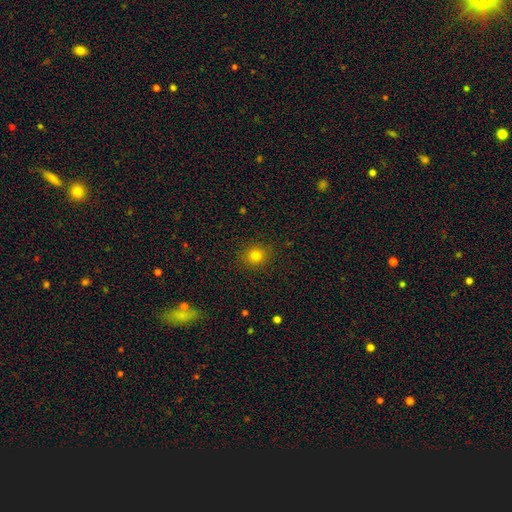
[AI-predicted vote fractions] smooth 80%, star or artifact 14%, featured or disk 6%. Down the decision tree: how rounded — round (80%); merging — none (90%).